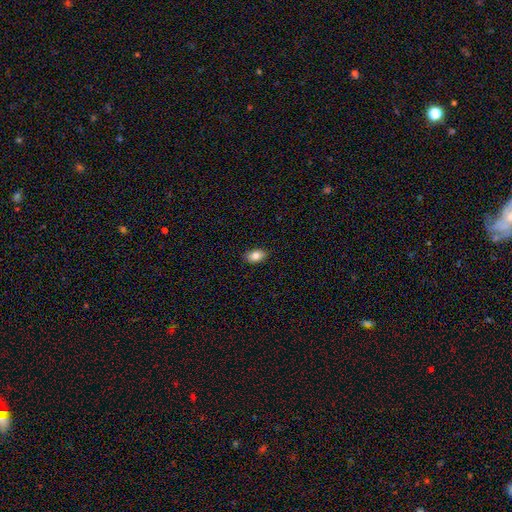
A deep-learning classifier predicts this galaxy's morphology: This appears to be a smooth galaxy with no disk features (86%) that is in between round and cigar-shaped (87%). Merging: none (88%).